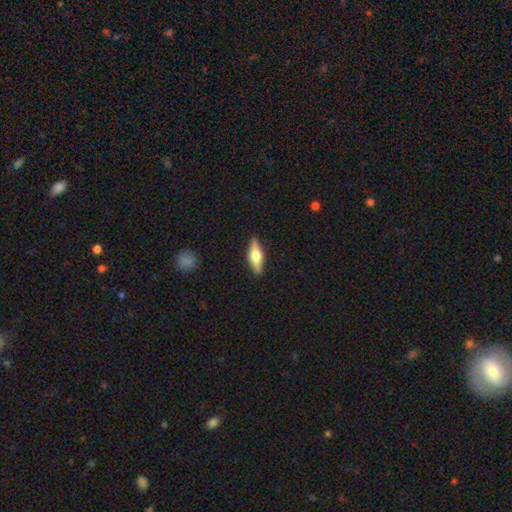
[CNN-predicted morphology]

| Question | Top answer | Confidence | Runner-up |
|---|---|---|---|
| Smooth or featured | featured or disk | 57% | smooth (37%) |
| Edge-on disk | yes | 95% | no (5%) |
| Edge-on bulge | rounded | 93% | boxy (5%) |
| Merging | none | 90% | minor disturbance (7%) |